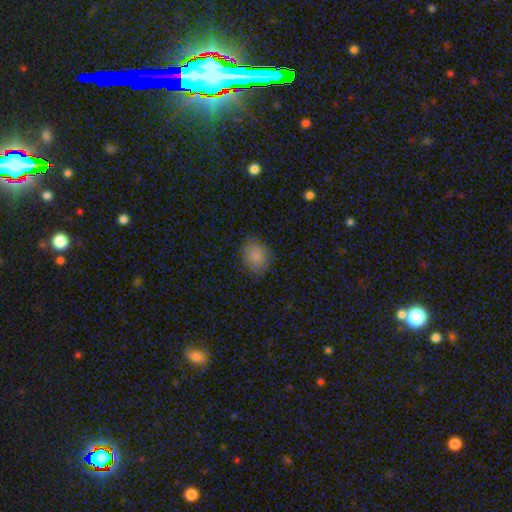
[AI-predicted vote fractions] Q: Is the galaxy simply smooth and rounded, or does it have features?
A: smooth — 83%.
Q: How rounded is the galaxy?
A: round — 53%.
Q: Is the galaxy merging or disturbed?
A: none — 79%.